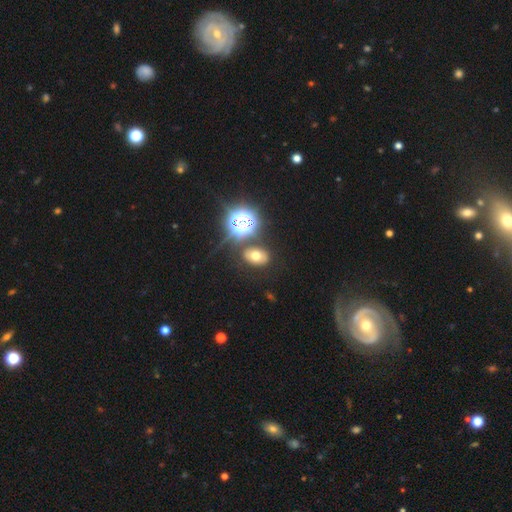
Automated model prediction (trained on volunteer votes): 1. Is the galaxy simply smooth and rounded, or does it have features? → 59% smooth, 24% star or artifact, 17% featured or disk.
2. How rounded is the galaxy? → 73% in between, 26% round, 1% cigar-shaped.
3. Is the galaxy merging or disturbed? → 76% none, 11% minor disturbance, 9% merger, 4% major disturbance.